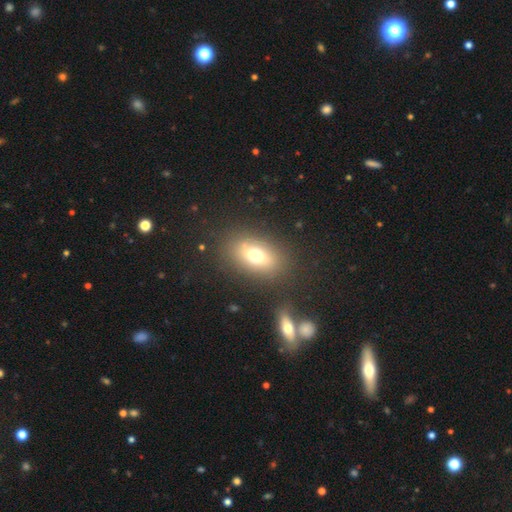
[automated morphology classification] This is likely a smooth galaxy (69%). How rounded: clearly in between (80%). Merging: clearly none (81%).